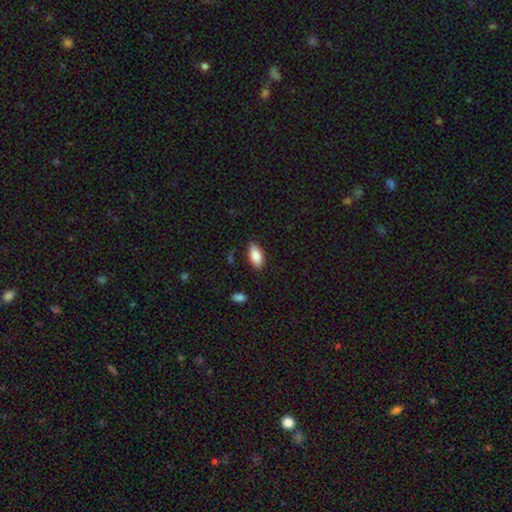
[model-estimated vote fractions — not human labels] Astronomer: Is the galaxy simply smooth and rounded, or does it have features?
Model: smooth — 88%.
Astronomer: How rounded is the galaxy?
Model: in between — 92%.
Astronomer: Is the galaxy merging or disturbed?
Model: none — 83%.